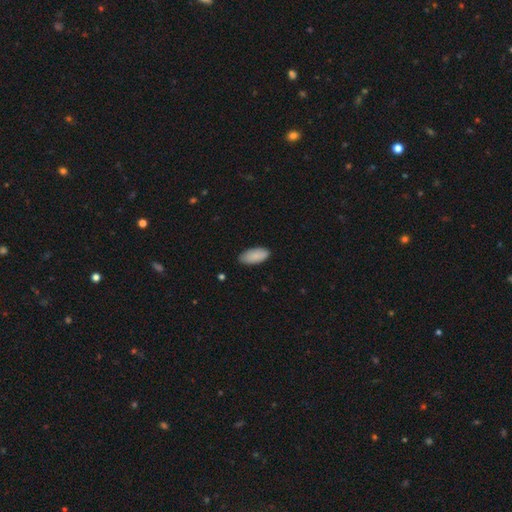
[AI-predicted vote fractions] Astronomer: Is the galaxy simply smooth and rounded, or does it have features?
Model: smooth — 87%.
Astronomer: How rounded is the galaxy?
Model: in between — 91%.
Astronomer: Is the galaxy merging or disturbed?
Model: none — 83%.